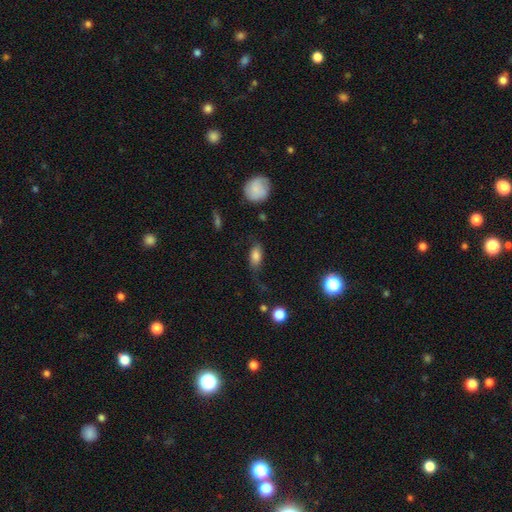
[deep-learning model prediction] Morphology: type=smooth (76%); roundness=in between (87%); merging=none (53%).